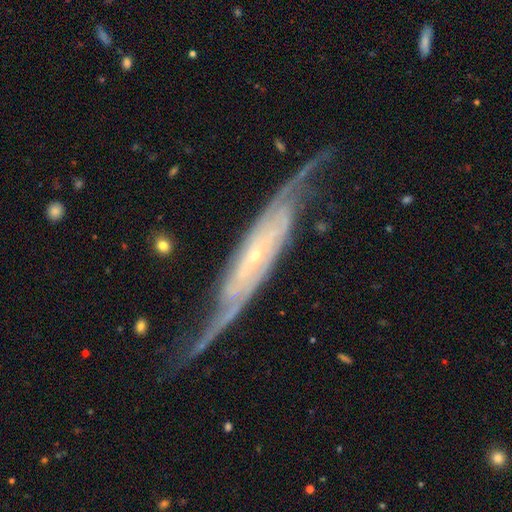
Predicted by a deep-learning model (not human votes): featured or disk 89%, smooth 5%, star or artifact 5%. Down the decision tree: edge-on disk — no (75%); bar — no (55%); spiral arms — yes (97%); spiral arm count — 2 (78%); spiral winding — medium (41%); bulge size — small (84%); merging — none (69%).